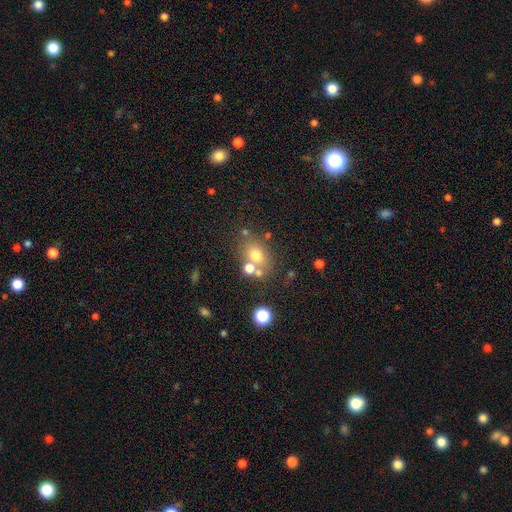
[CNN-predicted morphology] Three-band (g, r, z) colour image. It shows a smooth galaxy with no disk features (67%) that is round (51%). Merging: none (60%).